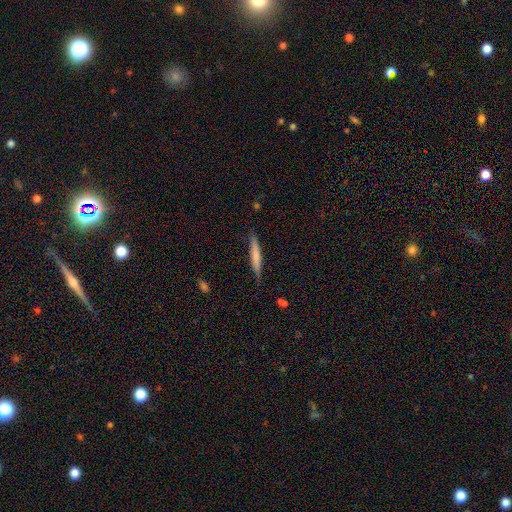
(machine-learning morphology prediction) Smooth or featured? Predicted: smooth (p=0.67). How rounded? Predicted: cigar-shaped (p=0.94). Merging? Predicted: none (p=0.84).